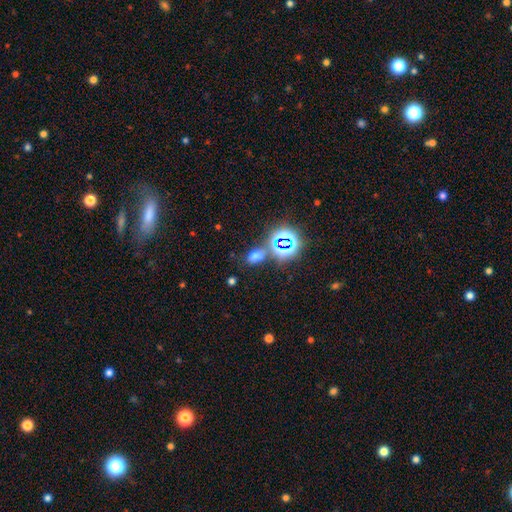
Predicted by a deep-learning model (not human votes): Q: Smooth or featured?
A: smooth (57%); runner-up: star or artifact (35%)
Q: How rounded?
A: in between (82%); runner-up: round (15%)
Q: Merging?
A: none (69%); runner-up: merger (13%)